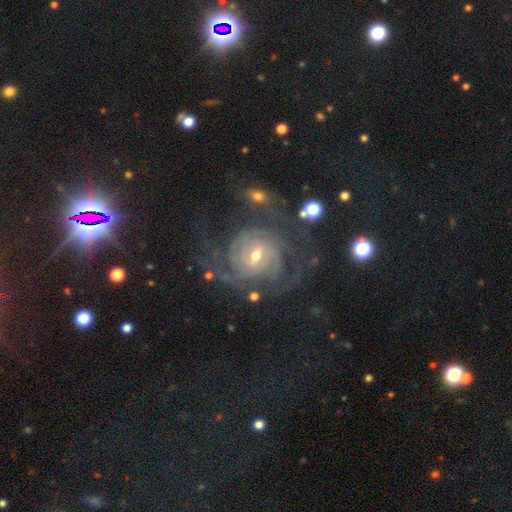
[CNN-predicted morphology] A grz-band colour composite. It shows a featured or disk galaxy (85%) with no bar (50%), tight (60%) spiral arms (94%) and a small central bulge (56%). Merging: none (58%).